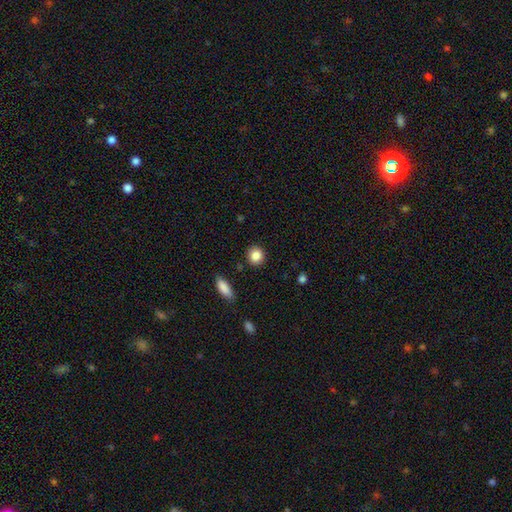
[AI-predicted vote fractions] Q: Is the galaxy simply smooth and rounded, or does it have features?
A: smooth — 86%.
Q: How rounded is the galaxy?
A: round — 85%.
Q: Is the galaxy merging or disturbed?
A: none — 89%.